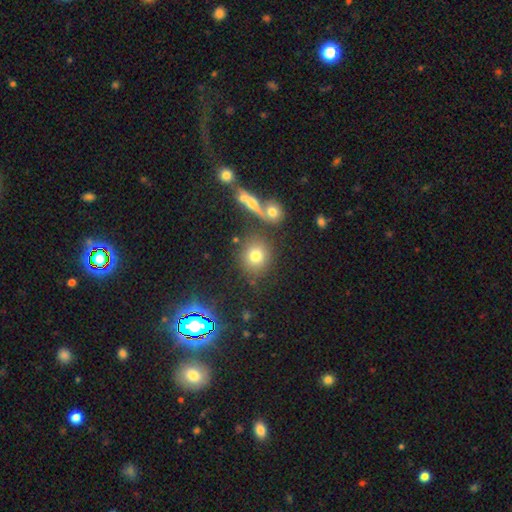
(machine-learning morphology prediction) Smooth or featured? smooth (73%)
How rounded? round (82%)
Merging? none (75%)